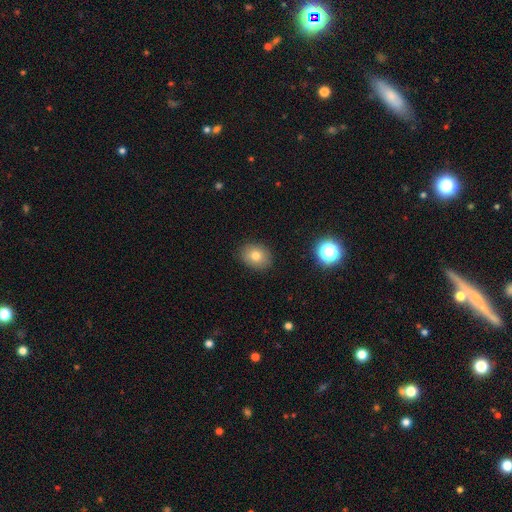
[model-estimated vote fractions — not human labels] A smooth galaxy with no disk features (76%) that is round (50%).

Vote fractions:
- Smooth or featured? smooth: 76% / star or artifact: 12% / featured or disk: 12%
- How rounded? round: 50% / in between: 49% / cigar-shaped: 1%
- Merging? none: 87% / minor disturbance: 9% / major disturbance: 2% / merger: 1%